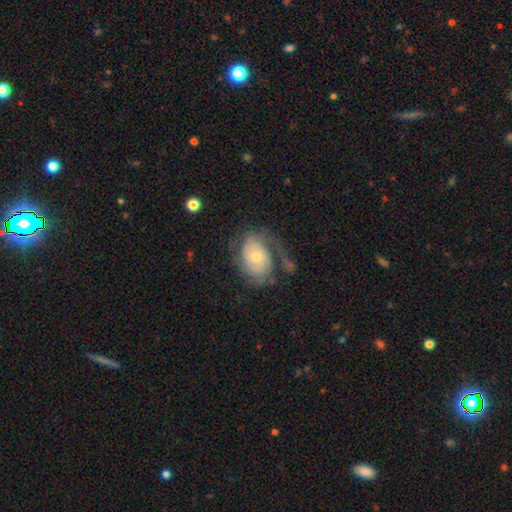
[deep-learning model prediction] Overall: featured or disk (73%). Edge-on disk: no (97%). Bar: no (74%). Spiral arms: yes (87%). Spiral arm count: 2 (42%; can't tell 26%). Spiral winding: tight (46%; medium 34%). Bulge size: small (52%; moderate 42%). Merging: none (47%; major disturbance 27%).